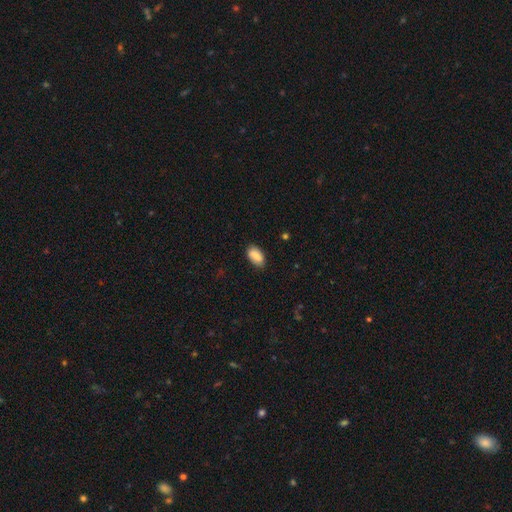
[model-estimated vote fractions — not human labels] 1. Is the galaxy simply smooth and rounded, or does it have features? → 83% smooth, 11% featured or disk, 7% star or artifact.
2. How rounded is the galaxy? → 94% in between, 3% round, 3% cigar-shaped.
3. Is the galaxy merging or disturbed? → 82% none, 14% minor disturbance, 3% major disturbance, 1% merger.